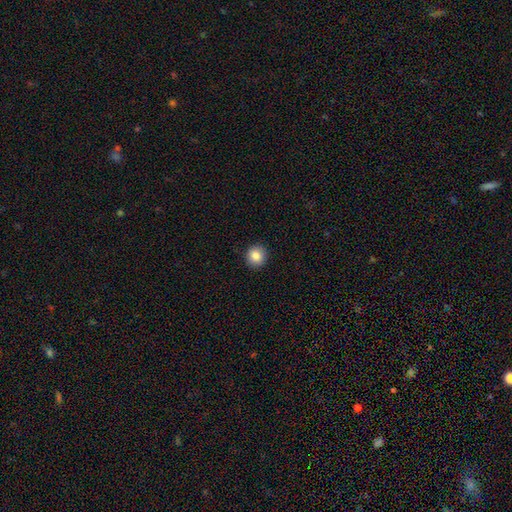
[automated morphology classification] smooth_or_featured: smooth (p=0.85) [alt: star or artifact p=0.09]
how_rounded: round (p=0.91) [alt: in between p=0.08]
merging: none (p=0.92) [alt: minor disturbance p=0.05]